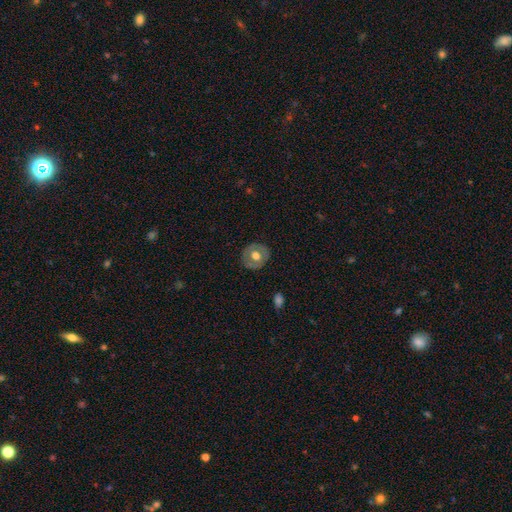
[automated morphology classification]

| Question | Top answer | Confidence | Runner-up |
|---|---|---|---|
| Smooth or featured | smooth | 50% | featured or disk (43%) |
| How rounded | round | 78% | in between (21%) |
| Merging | none | 84% | minor disturbance (12%) |